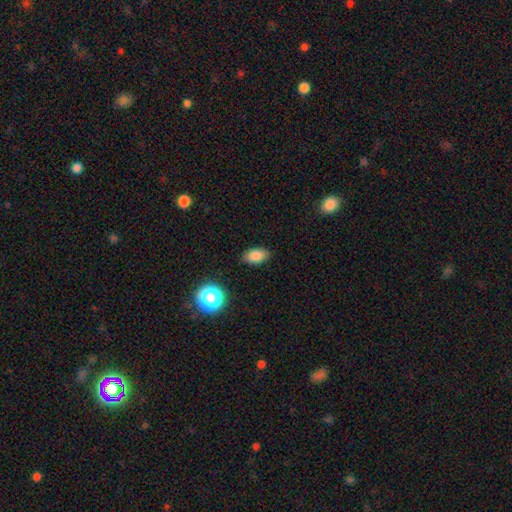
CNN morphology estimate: Smooth or featured? smooth (83%)
How rounded? in between (90%)
Merging? none (86%)